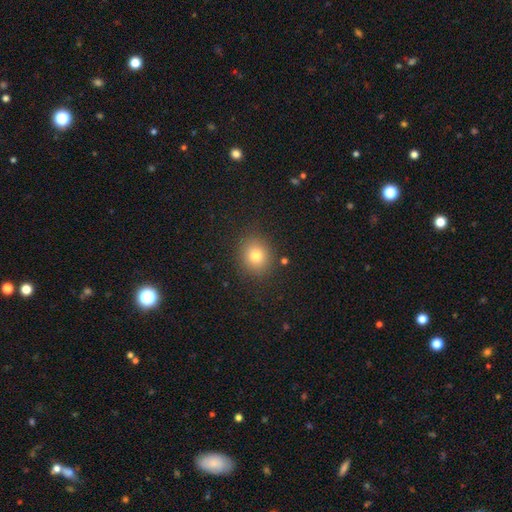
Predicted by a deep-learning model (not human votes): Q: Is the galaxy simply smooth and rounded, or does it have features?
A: smooth — 78%.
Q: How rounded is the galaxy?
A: round — 75%.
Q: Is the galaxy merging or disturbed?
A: none — 88%.